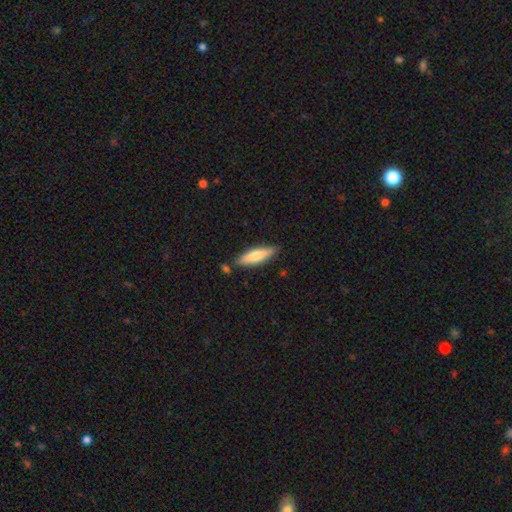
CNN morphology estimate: smooth 70%, featured or disk 24%, star or artifact 6%. Down the decision tree: how rounded — cigar-shaped (67%); merging — none (80%).